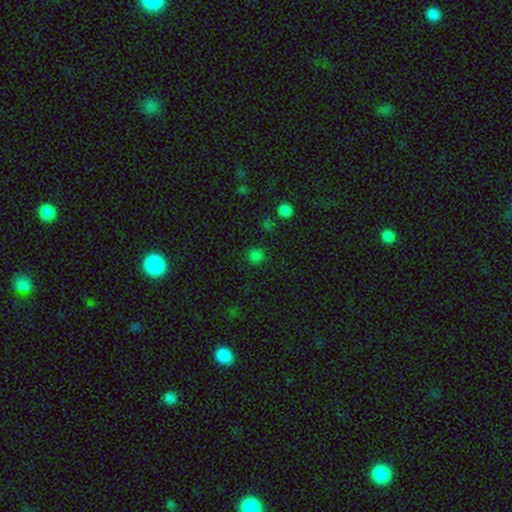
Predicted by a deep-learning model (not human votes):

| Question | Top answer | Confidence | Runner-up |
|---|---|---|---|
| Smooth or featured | smooth | 76% | star or artifact (20%) |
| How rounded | round | 92% | in between (7%) |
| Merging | none | 87% | minor disturbance (8%) |